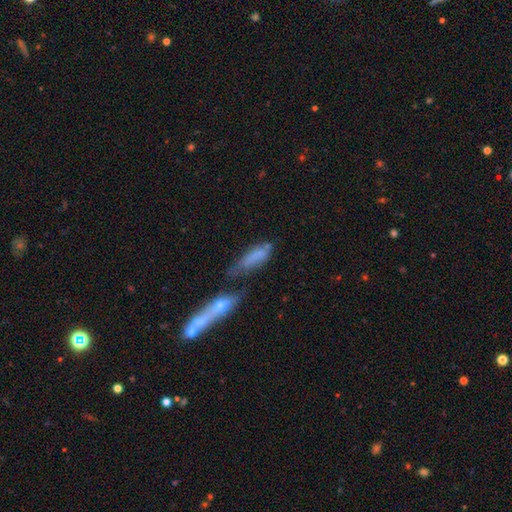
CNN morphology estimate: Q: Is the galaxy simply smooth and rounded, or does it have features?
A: smooth — 68%.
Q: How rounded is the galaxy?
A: cigar-shaped — 50%.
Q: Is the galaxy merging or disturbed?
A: merger — 30%, tied with none.